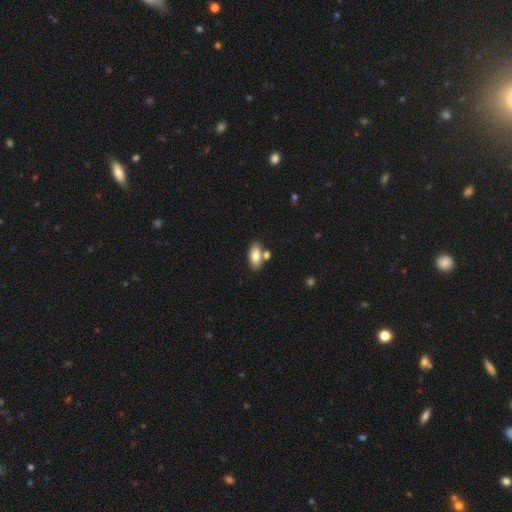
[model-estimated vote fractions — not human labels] This appears to be a smooth galaxy with no disk features (81%) that is in between round and cigar-shaped (91%). Merging: none (63%).